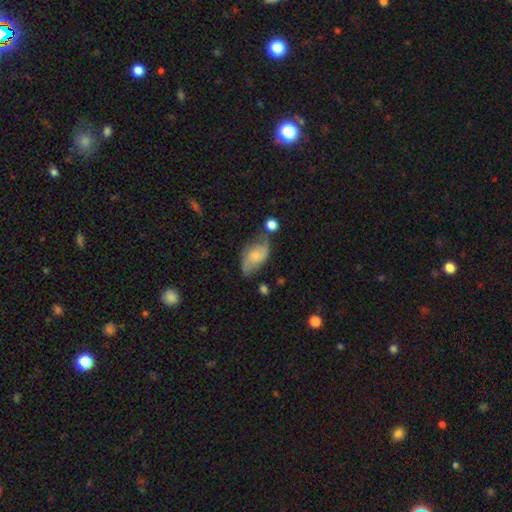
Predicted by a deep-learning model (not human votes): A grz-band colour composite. It shows a smooth galaxy with no disk features (51%) that is in between round and cigar-shaped (91%). Merging: none (50%).